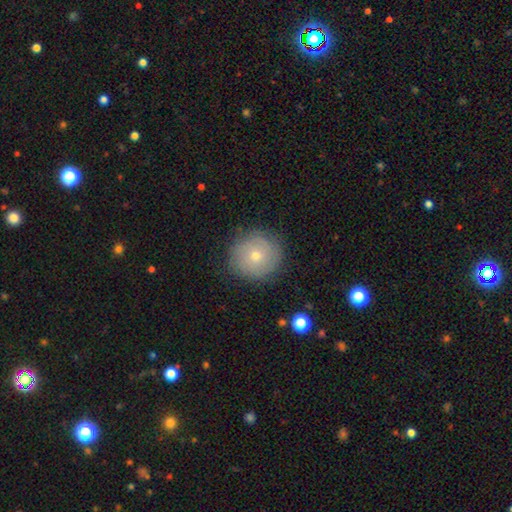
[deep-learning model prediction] Smooth or featured?
  - smooth: 59% *
  - featured or disk: 31%
  - star or artifact: 11%
How rounded?
  - round: 93% *
  - in between: 6%
  - cigar-shaped: 1%
Merging?
  - none: 85% *
  - minor disturbance: 11%
  - major disturbance: 3%
  - merger: 1%